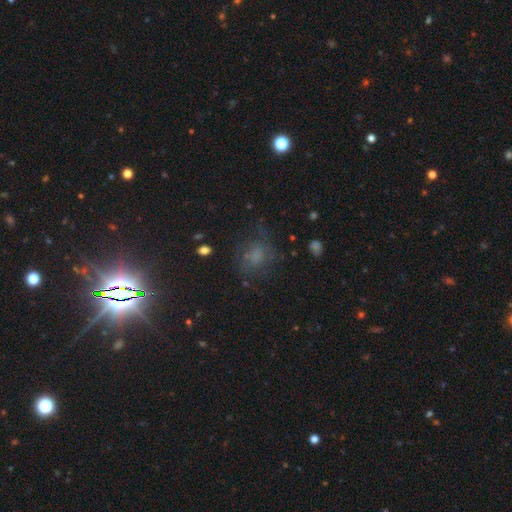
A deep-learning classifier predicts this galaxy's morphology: A smooth galaxy with no disk features (53%) that is round (59%).

Vote fractions:
- Smooth or featured? smooth: 53% / star or artifact: 24% / featured or disk: 23%
- How rounded? round: 59% / in between: 40% / cigar-shaped: 2%
- Merging? none: 58% / minor disturbance: 21% / major disturbance: 19% / merger: 3%